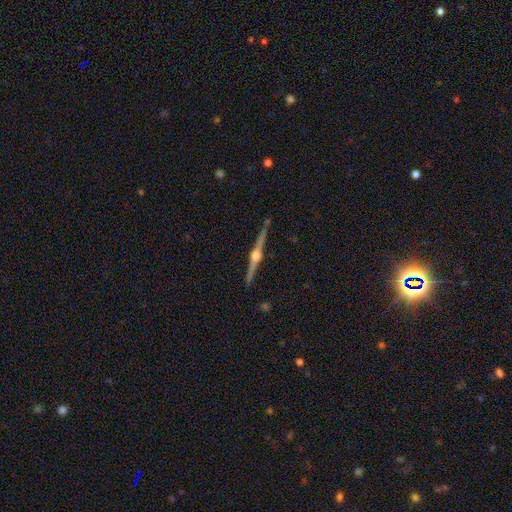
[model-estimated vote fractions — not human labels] Smooth or featured: featured or disk — 89% (smooth — 5%)
Edge-on disk: yes — 99% (no — 1%)
Edge-on bulge: rounded — 95% (boxy — 3%)
Merging: none — 92% (minor disturbance — 6%)